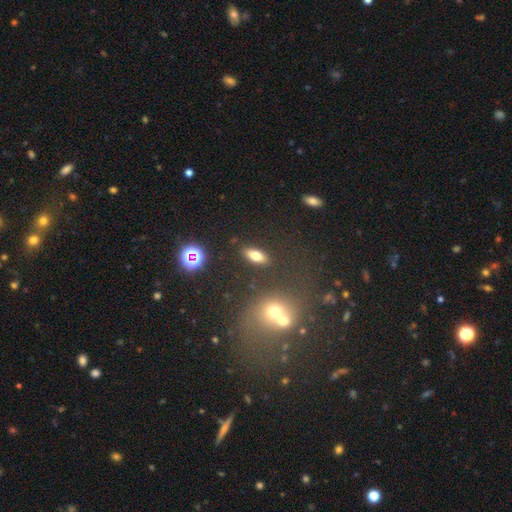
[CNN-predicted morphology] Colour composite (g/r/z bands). It shows a smooth galaxy with no disk features (68%) that is in between round and cigar-shaped (74%). Merging: none (85%).